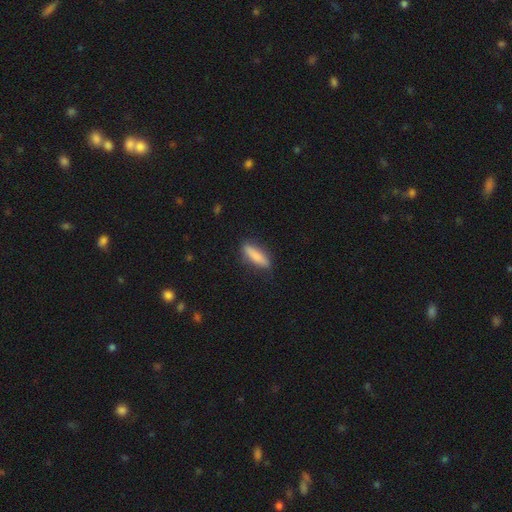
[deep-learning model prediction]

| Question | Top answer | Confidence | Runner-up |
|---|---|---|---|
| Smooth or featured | smooth | 80% | featured or disk (14%) |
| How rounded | cigar-shaped | 71% | in between (27%) |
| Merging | none | 84% | minor disturbance (12%) |